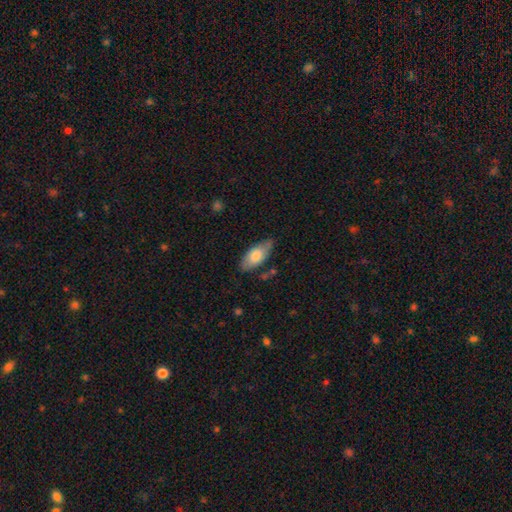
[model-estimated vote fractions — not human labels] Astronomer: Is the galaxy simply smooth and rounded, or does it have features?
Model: smooth — 74%.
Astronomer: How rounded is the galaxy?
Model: in between — 87%.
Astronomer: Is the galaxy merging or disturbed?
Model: none — 73%.